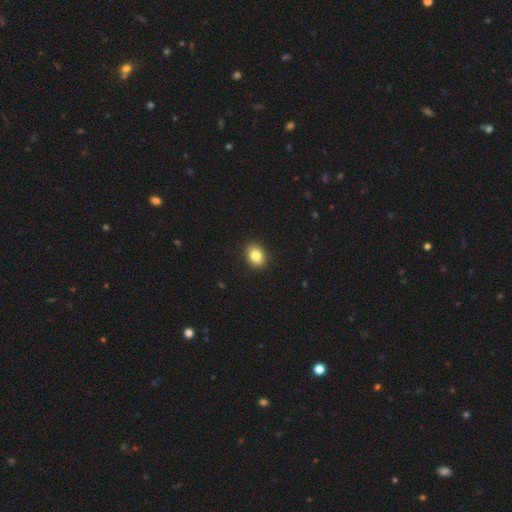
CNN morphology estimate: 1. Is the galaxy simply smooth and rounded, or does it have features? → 84% smooth, 9% star or artifact, 7% featured or disk.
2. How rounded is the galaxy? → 63% in between, 36% round, 1% cigar-shaped.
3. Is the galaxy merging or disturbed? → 91% none, 6% minor disturbance, 2% major disturbance, 1% merger.